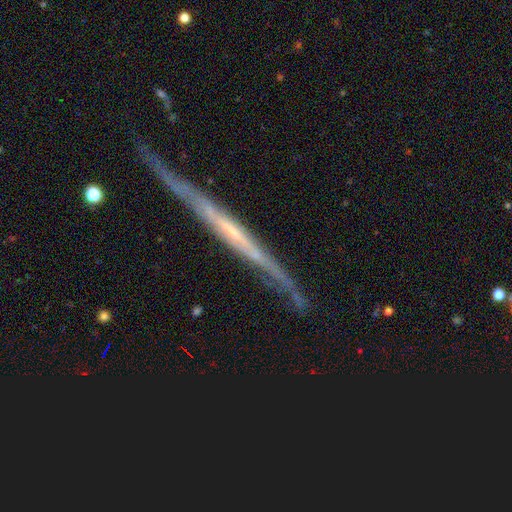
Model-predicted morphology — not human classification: Smooth or featured?
  - featured or disk: 76% *
  - smooth: 16%
  - star or artifact: 7%
Edge-on disk?
  - yes: 92% *
  - no: 8%
Edge-on bulge?
  - none: 73% *
  - rounded: 17%
  - boxy: 10%
Merging?
  - none: 67% *
  - minor disturbance: 23%
  - major disturbance: 7%
  - merger: 3%